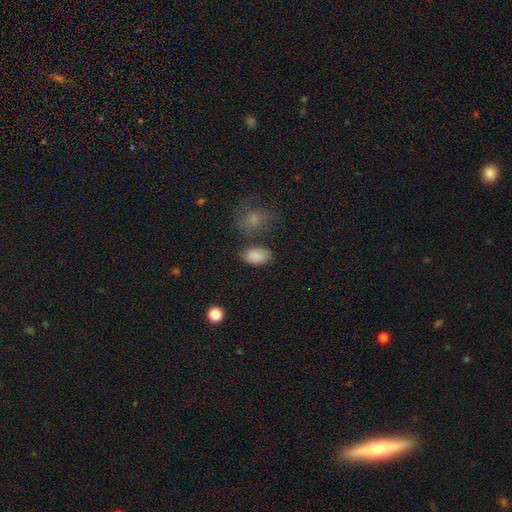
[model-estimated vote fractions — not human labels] Smooth or featured? Predicted: smooth (p=0.86). How rounded? Predicted: in between (p=0.91). Merging? Predicted: none (p=0.69).